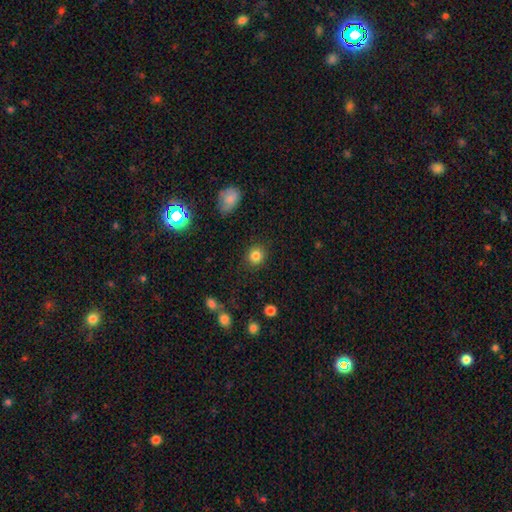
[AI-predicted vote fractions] Q: Smooth or featured?
A: smooth (83%); runner-up: star or artifact (11%)
Q: How rounded?
A: round (86%); runner-up: in between (13%)
Q: Merging?
A: none (88%); runner-up: minor disturbance (7%)